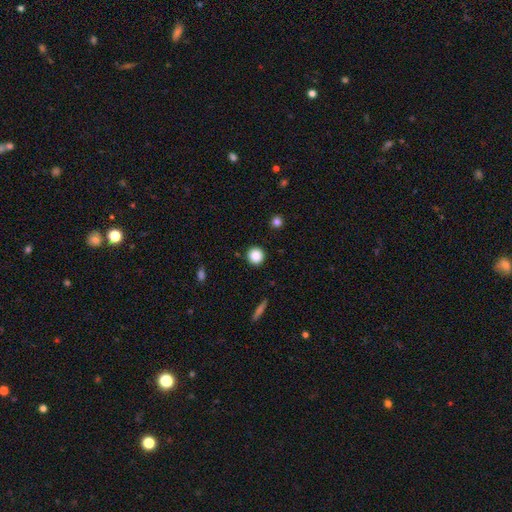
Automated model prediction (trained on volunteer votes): Morphology: type=smooth (87%); roundness=round (94%); merging=none (91%).